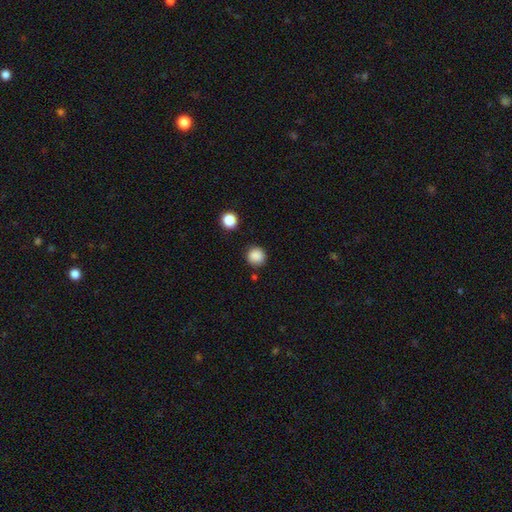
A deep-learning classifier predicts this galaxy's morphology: A smooth galaxy with no disk features (87%) that is round (93%). Merging: none (86%).